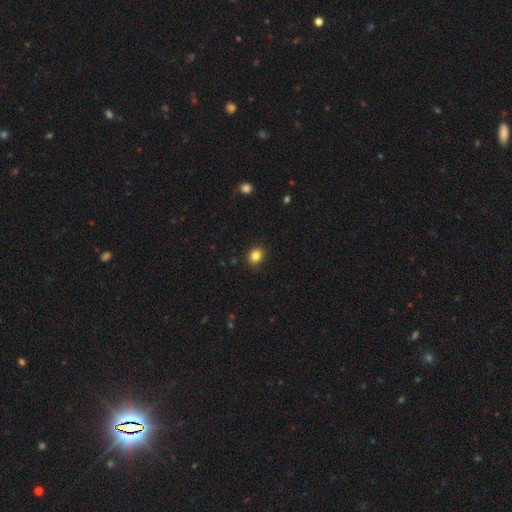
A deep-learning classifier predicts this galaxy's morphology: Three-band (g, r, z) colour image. It shows a smooth galaxy with no disk features (84%) that is round (62%). Merging: none (87%).